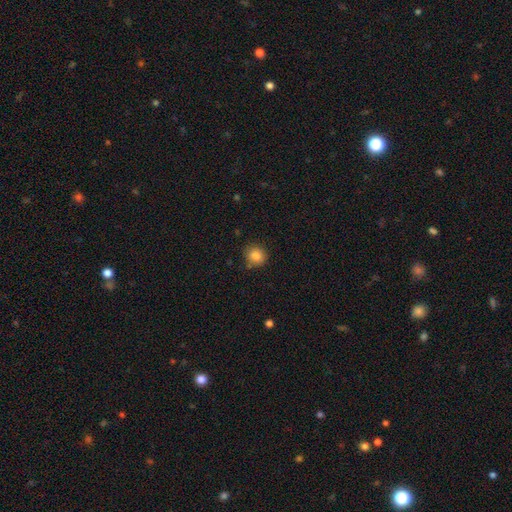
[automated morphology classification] smooth 85%, star or artifact 10%, featured or disk 5%. Down the decision tree: how rounded — round (78%); merging — none (77%).